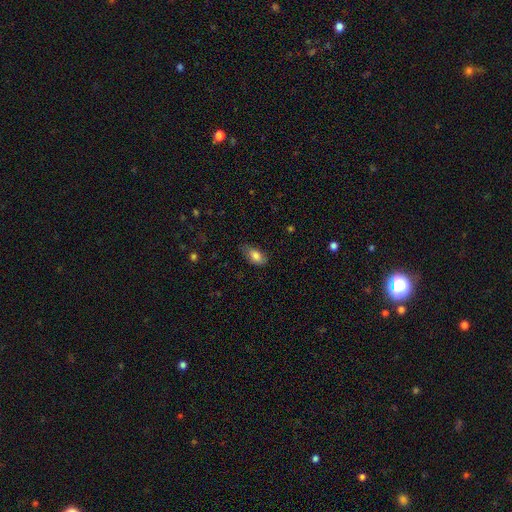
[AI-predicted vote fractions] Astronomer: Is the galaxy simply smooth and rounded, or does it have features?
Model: smooth — 81%.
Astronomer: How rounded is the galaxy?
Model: in between — 91%.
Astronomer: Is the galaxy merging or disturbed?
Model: none — 68%.